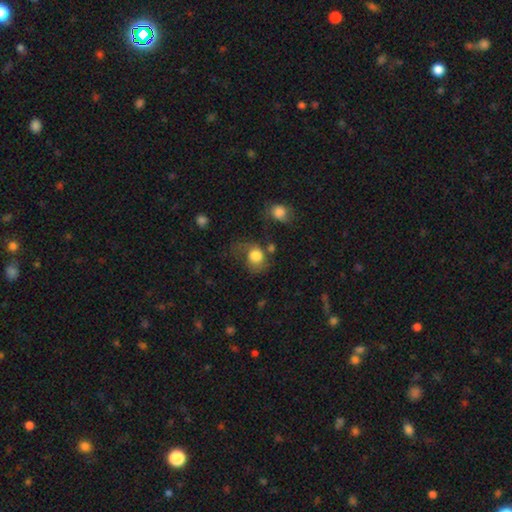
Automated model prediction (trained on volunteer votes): smooth_or_featured: smooth (p=0.75) [alt: featured or disk p=0.16]
how_rounded: round (p=0.65) [alt: in between p=0.34]
merging: none (p=0.34) [alt: major disturbance p=0.32]